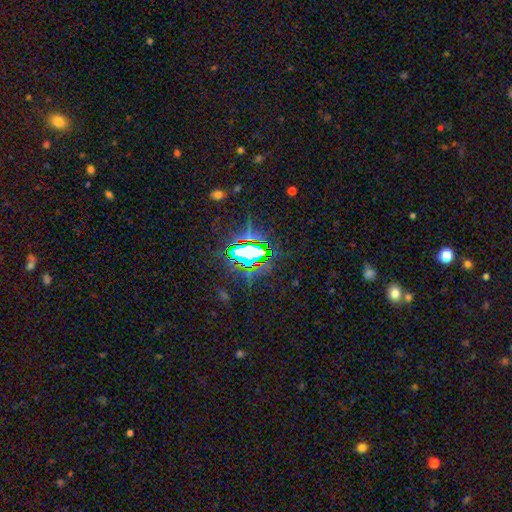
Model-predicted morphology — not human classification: smooth_or_featured: star or artifact (p=0.76) [alt: smooth p=0.14]